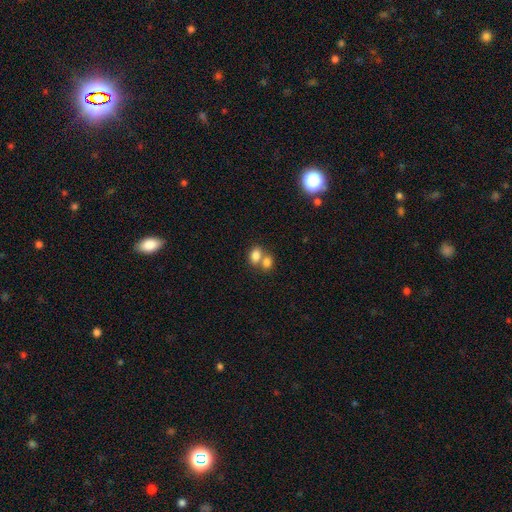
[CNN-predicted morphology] Smooth or featured? smooth (81%)
How rounded? in between (75%)
Merging? merger (58%)